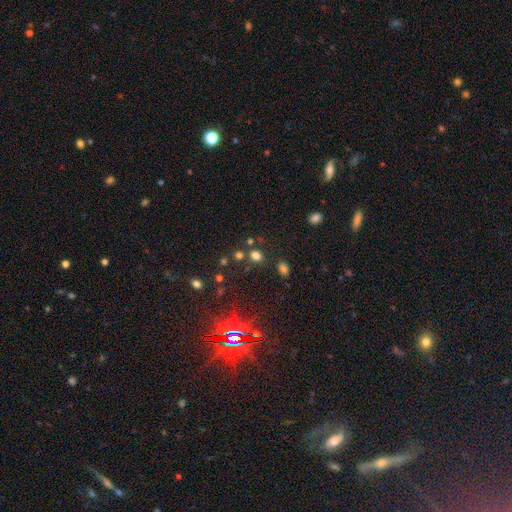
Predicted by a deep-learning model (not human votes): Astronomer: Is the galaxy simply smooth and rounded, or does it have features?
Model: smooth — 67%.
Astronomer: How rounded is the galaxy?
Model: round — 50% (runner-up: in between, 48%).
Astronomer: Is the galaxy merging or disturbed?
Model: none — 73%.